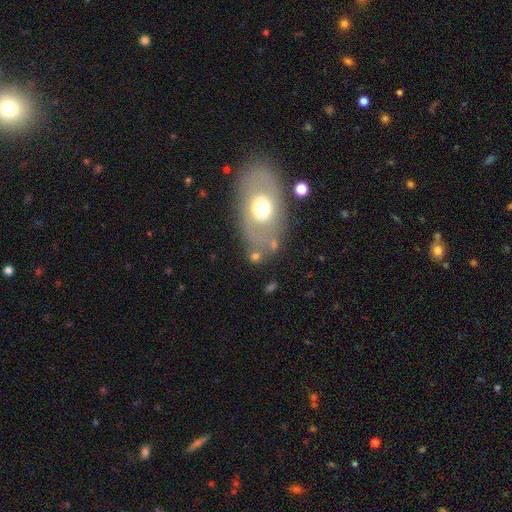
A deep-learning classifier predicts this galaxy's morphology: smooth_or_featured: smooth (p=0.47) [alt: featured or disk p=0.42]
merging: none (p=0.68) [alt: minor disturbance p=0.16]